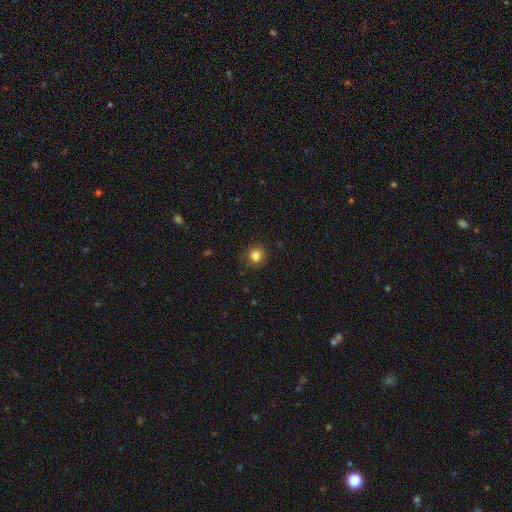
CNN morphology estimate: This is clearly a smooth galaxy (84%). How rounded: clearly round (90%). Merging: clearly none (89%).